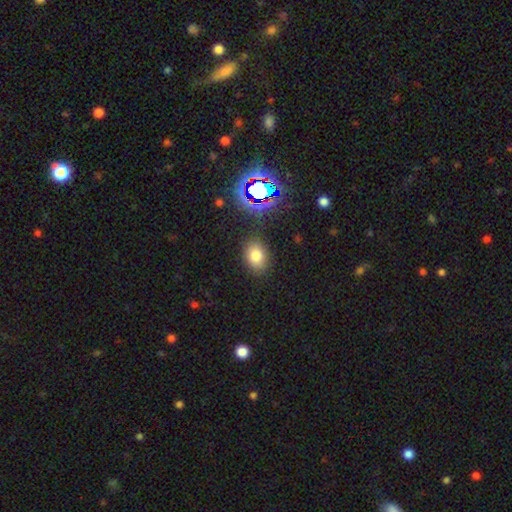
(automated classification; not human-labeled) smooth 75%, star or artifact 16%, featured or disk 9%. Down the decision tree: how rounded — in between (74%); merging — none (84%).